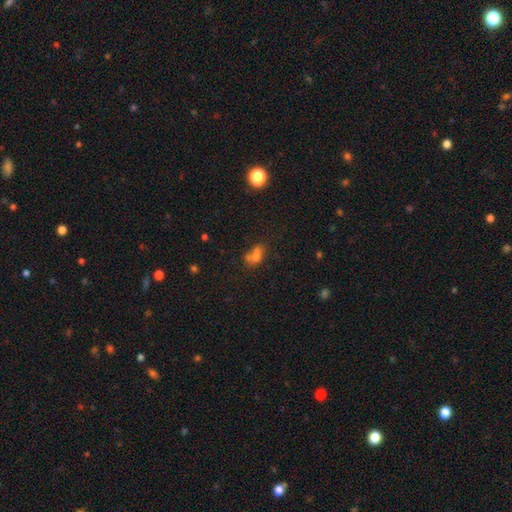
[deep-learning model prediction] Smooth or featured: smooth — 64% (star or artifact — 18%)
How rounded: in between — 65% (round — 30%)
Merging: merger — 42% (none — 34%)